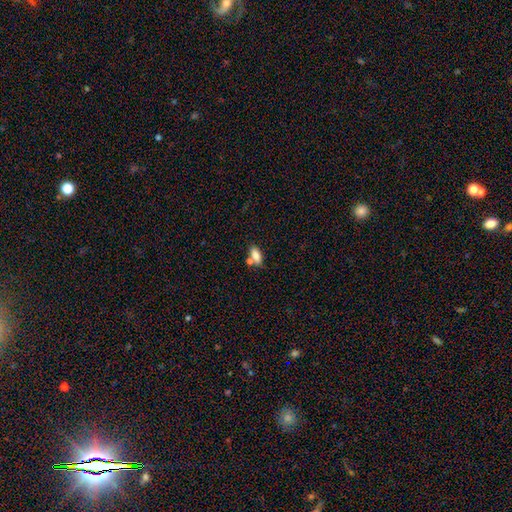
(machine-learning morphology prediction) Smooth or featured: smooth — 80% (featured or disk — 11%)
How rounded: in between — 85% (cigar-shaped — 11%)
Merging: none — 55% (merger — 28%)